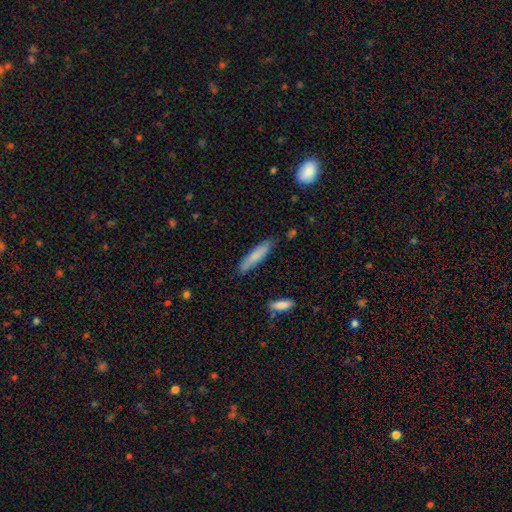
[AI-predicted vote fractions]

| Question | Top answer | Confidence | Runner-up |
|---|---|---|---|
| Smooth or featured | smooth | 77% | featured or disk (17%) |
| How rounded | cigar-shaped | 86% | in between (13%) |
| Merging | none | 80% | minor disturbance (15%) |